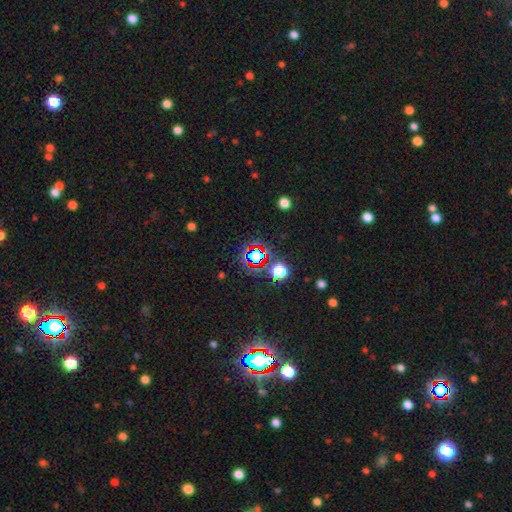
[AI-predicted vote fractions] Morphology: type=star or artifact (68%).